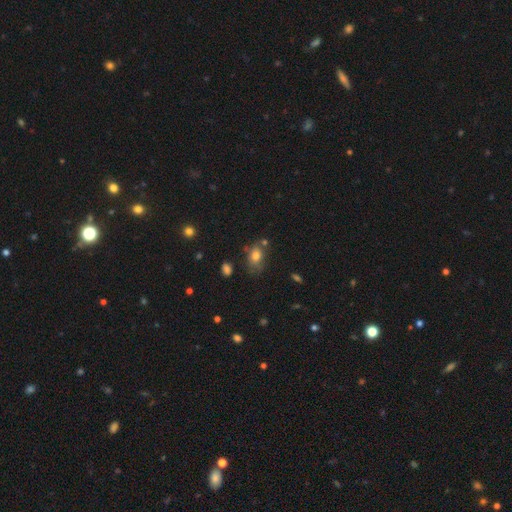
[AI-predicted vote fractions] Morphology: type=smooth (76%); roundness=in between (73%); merging=none (55%).